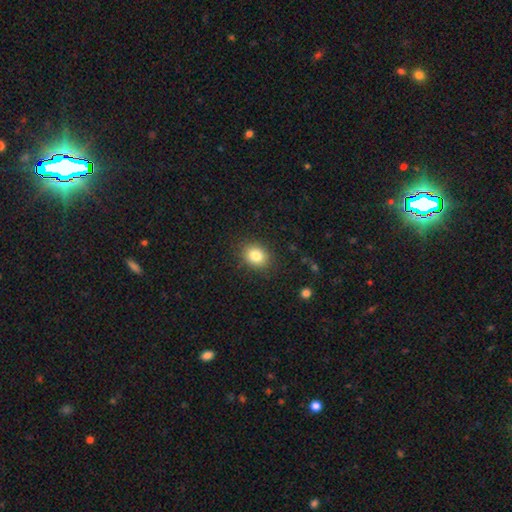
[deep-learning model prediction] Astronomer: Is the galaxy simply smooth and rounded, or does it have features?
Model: smooth — 83%.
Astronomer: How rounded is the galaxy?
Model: round — 52% (runner-up: in between, 47%).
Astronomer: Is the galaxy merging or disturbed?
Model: none — 87%.